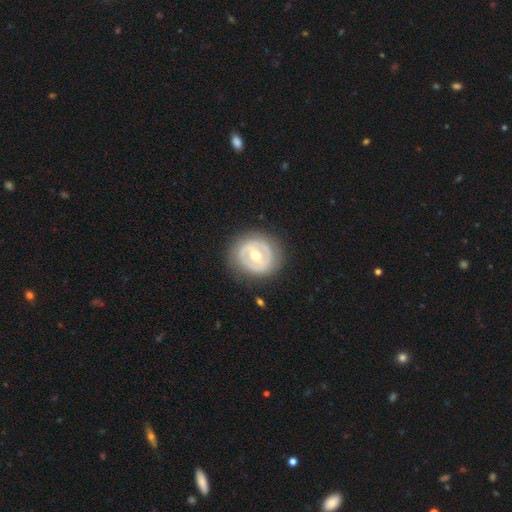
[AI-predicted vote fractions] Overall: featured or disk (65%; smooth 29%). Edge-on disk: no (95%). Bar: no (36%; weak 35%). Spiral arms: no (80%). Bulge size: moderate (73%). Merging: none (84%).